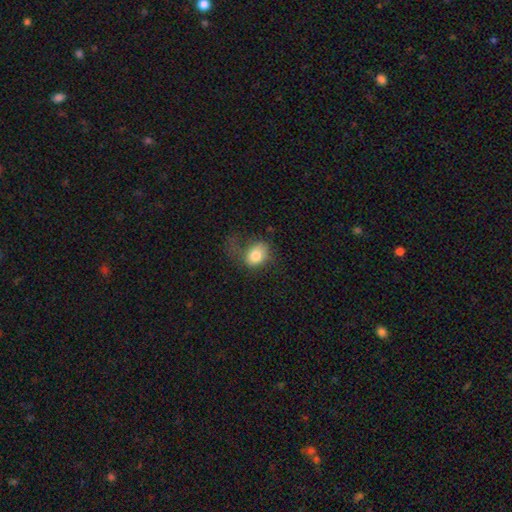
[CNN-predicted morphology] type=smooth (79%); roundness=in between (62%); merging=major disturbance (37%).